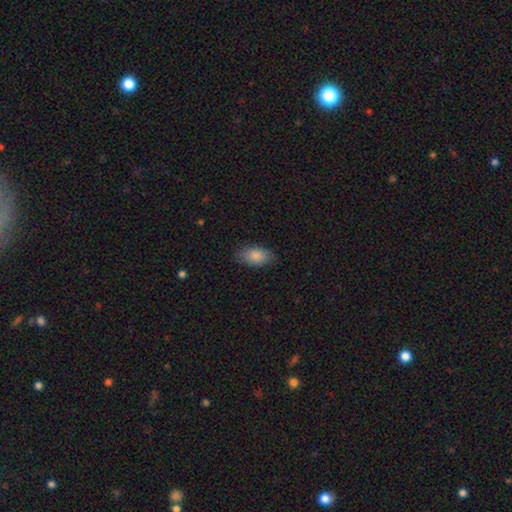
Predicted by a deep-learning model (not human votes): Smooth or featured?
  - smooth: 86% *
  - featured or disk: 8%
  - star or artifact: 7%
How rounded?
  - in between: 92% *
  - round: 6%
  - cigar-shaped: 2%
Merging?
  - none: 81% *
  - minor disturbance: 15%
  - major disturbance: 3%
  - merger: 1%